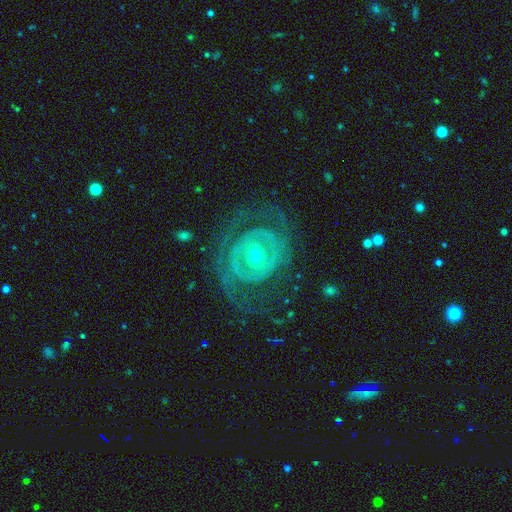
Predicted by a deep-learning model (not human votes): Morphology: type=featured or disk (86%); edge-on=no (96%); bar=no (45%); spiral arms=yes (84%); winding=tight (60%); arm count=2 (47%); bulge=small (69%); merging=none (66%).